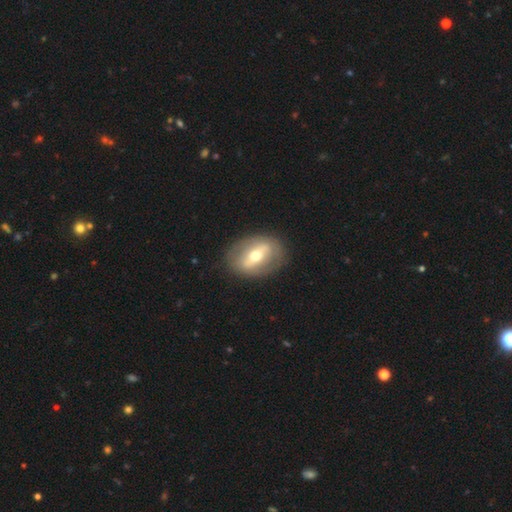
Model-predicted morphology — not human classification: Overall: featured or disk (59%; smooth 35%). Edge-on disk: no (84%). Merging: none (83%).